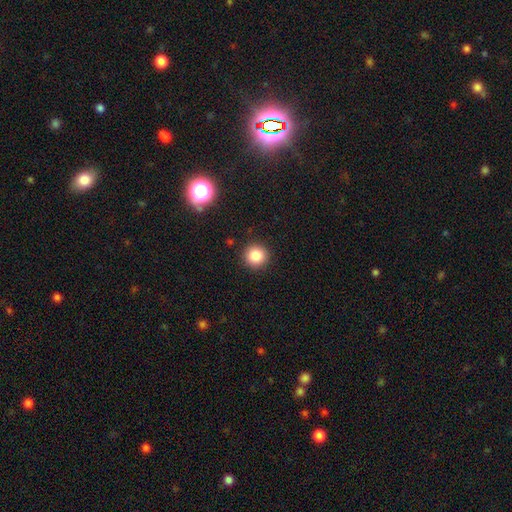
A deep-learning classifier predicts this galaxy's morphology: This is clearly a smooth galaxy (84%). How rounded: clearly round (94%). Merging: clearly none (91%).